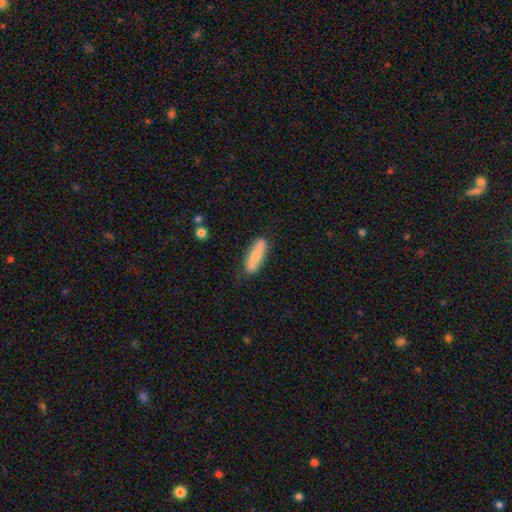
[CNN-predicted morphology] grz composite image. It shows a smooth galaxy with no disk features (65%) that is cigar-shaped (63%). Merging: none (78%).